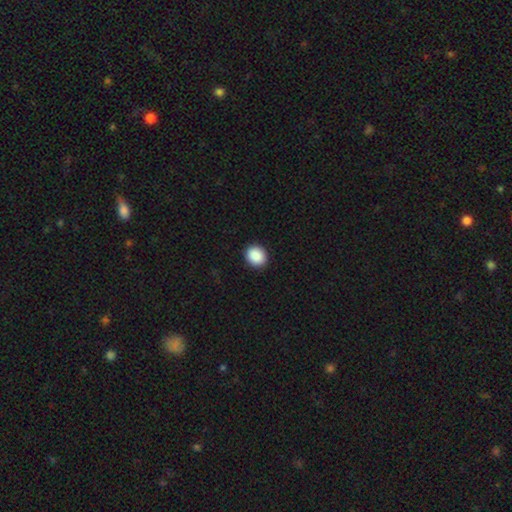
smooth-or-featured: smooth: 89% | star or artifact: 8% | featured or disk: 3%
  how-rounded: round: 59% | in between: 41% | cigar-shaped: 0%
  merging: none: 94% | minor disturbance: 3% | major disturbance: 3% | merger: 0%